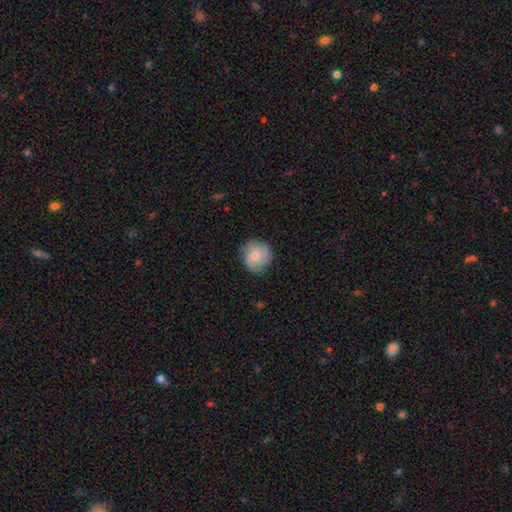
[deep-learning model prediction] Smooth or featured? smooth (74%)
How rounded? round (89%)
Merging? none (77%)